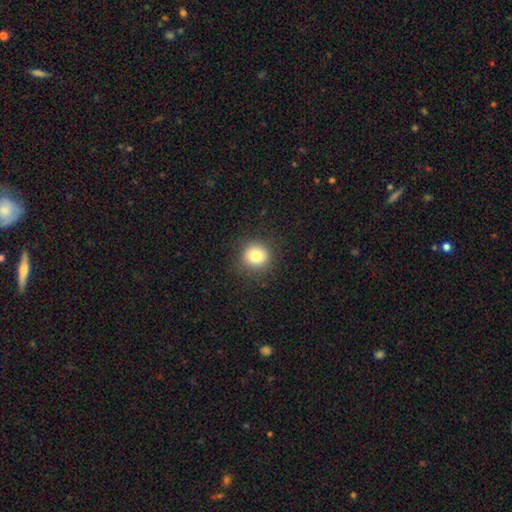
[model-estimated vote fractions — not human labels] A smooth galaxy with no disk features (80%) that is round (90%). Merging: none (90%).